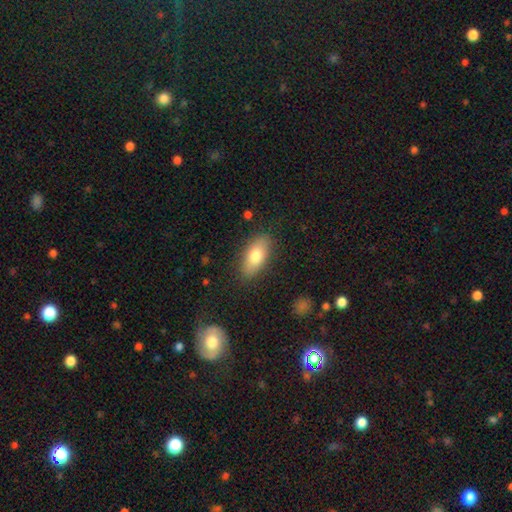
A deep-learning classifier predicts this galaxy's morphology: Smooth or featured: smooth — 75% (featured or disk — 18%)
How rounded: in between — 86% (cigar-shaped — 10%)
Merging: none — 85% (minor disturbance — 11%)